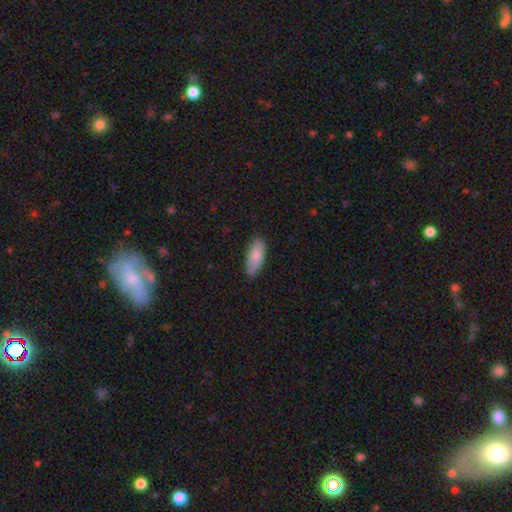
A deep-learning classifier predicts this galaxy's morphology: A smooth galaxy with no disk features (82%) that is in between round and cigar-shaped (82%).

Vote fractions:
- Smooth or featured? smooth: 82% / featured or disk: 12% / star or artifact: 6%
- How rounded? in between: 82% / cigar-shaped: 16% / round: 2%
- Merging? none: 82% / minor disturbance: 14% / major disturbance: 2% / merger: 1%